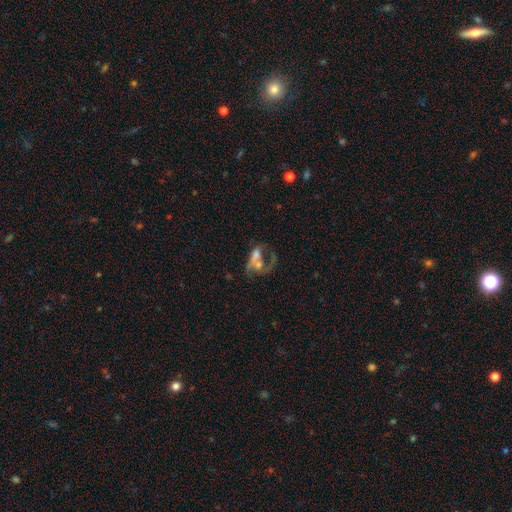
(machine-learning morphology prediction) The model was most divided on "bulge size": moderate: 36%, none: 26%, small: 20%, large: 15%, dominant: 4%. More confident: edge-on disk — no (96%); bar — no (78%); spiral arms — no (59%); merging — merger (55%); smooth or featured — featured or disk (53%).